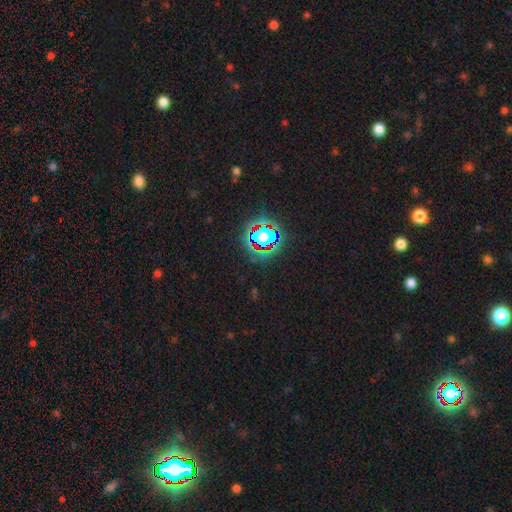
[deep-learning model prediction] This appears to be a star or artifact, not a galaxy (83%).